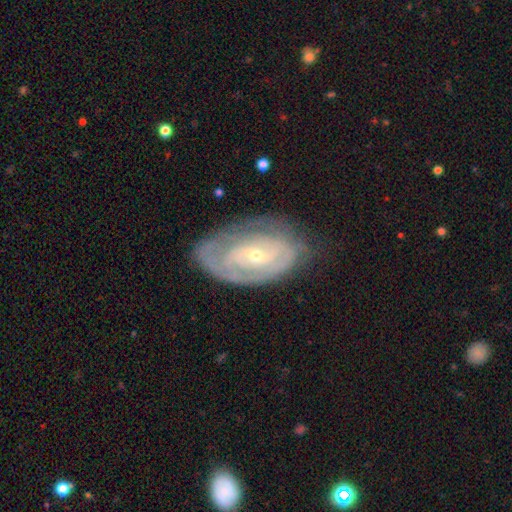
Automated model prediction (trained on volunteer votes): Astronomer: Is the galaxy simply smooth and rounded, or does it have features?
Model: featured or disk — 76%.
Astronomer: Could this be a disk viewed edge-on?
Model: no — 94%.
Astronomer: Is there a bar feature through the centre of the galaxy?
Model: no — 64%.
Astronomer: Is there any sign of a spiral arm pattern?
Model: yes — 73%.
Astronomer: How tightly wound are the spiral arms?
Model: tight — 71%.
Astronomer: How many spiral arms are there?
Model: can't tell — 50% (runner-up: 2, 26%).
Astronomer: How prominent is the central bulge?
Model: small — 72%.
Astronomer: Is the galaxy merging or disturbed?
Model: none — 63%.